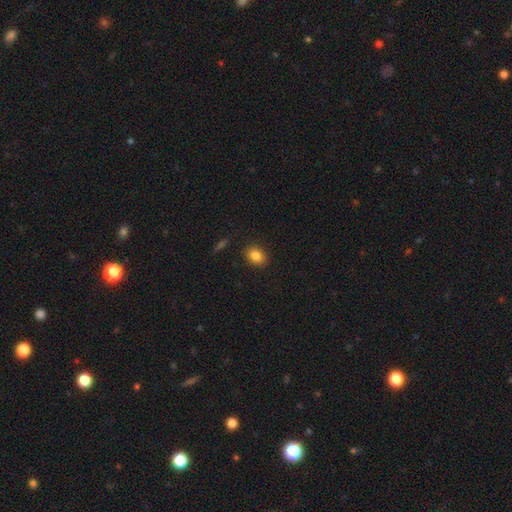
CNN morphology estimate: smooth 85%, star or artifact 9%, featured or disk 6%. Down the decision tree: how rounded — in between (68%); merging — none (88%).